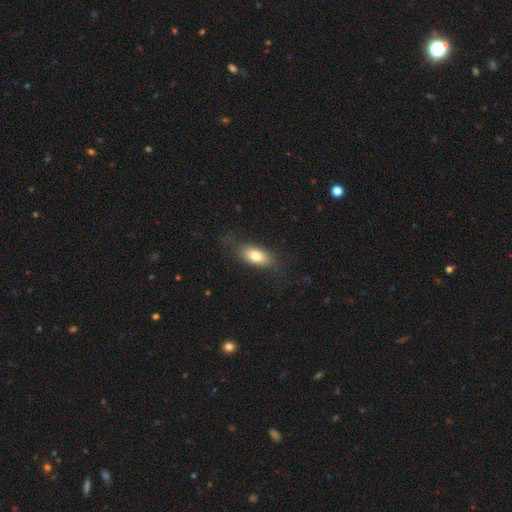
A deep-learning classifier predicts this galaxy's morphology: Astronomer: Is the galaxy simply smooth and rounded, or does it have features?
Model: smooth — 76%.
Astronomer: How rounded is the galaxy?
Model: in between — 86%.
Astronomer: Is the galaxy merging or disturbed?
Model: none — 73%.